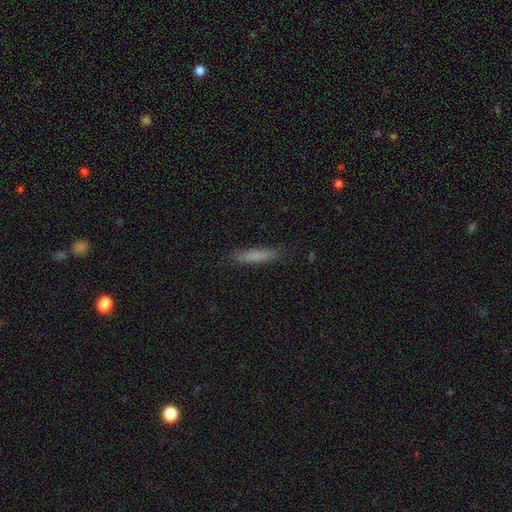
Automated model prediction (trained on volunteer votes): Overall: smooth (79%). How rounded: cigar-shaped (88%). Merging: none (85%).